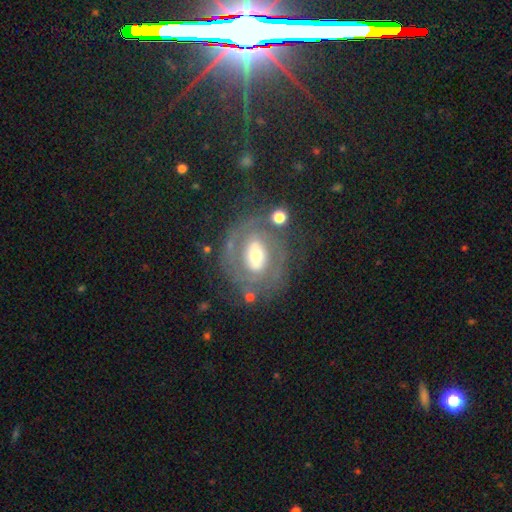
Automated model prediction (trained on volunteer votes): A featured or disk galaxy (75%) with no bar (46%), spiral arms (68%) and a moderate central bulge (60%). Merging: none (67%).